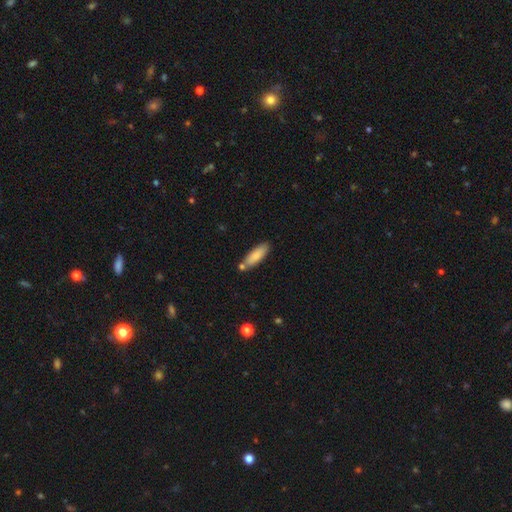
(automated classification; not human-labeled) Smooth or featured? Predicted: smooth (p=0.84). How rounded? Predicted: in between (p=0.52). Merging? Predicted: none (p=0.72).